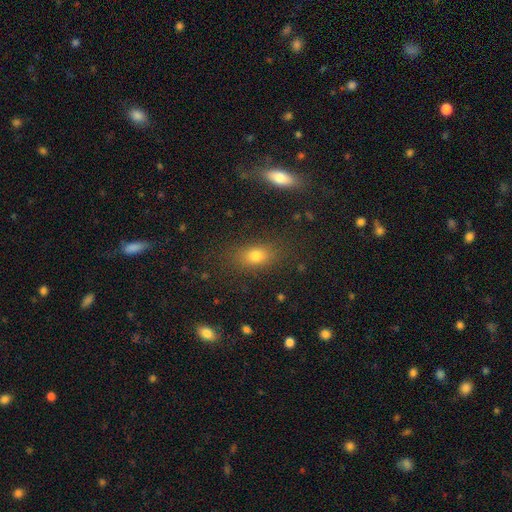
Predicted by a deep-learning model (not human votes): smooth-or-featured: smooth: 73% | star or artifact: 15% | featured or disk: 12%
  how-rounded: in between: 74% | round: 18% | cigar-shaped: 7%
  merging: none: 82% | minor disturbance: 11% | major disturbance: 4% | merger: 3%